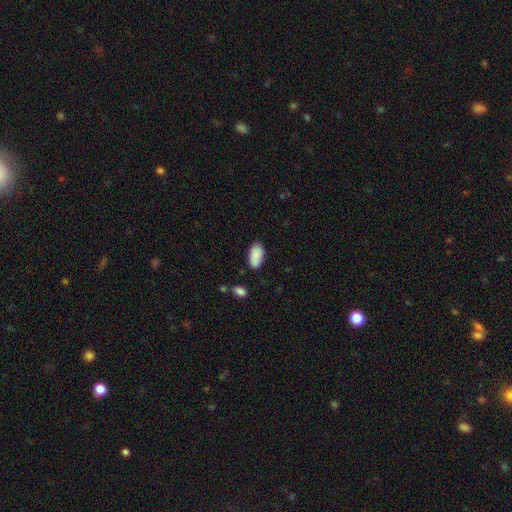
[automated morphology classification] Smooth or featured? Predicted: smooth (p=0.89). How rounded? Predicted: in between (p=0.95). Merging? Predicted: none (p=0.79).